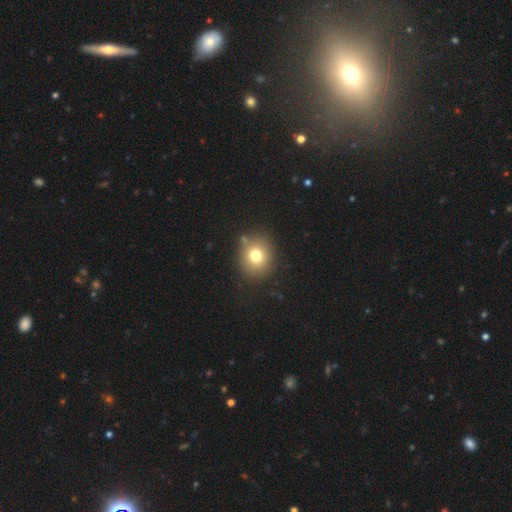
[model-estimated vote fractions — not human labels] Overall: smooth (75%). How rounded: round (76%). Merging: none (83%).